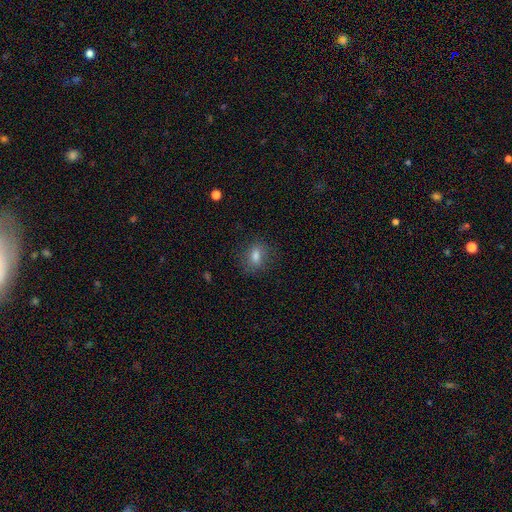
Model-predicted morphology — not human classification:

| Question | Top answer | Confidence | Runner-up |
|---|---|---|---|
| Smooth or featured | smooth | 78% | star or artifact (12%) |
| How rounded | in between | 63% | round (34%) |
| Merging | none | 80% | minor disturbance (14%) |